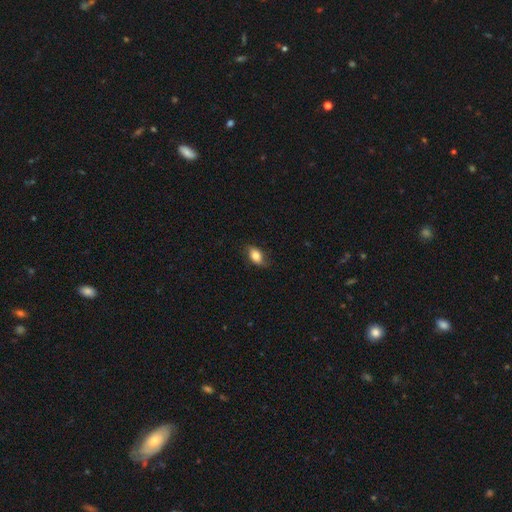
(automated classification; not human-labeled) smooth 79%, featured or disk 13%, star or artifact 7%. Down the decision tree: how rounded — in between (88%); merging — none (76%).